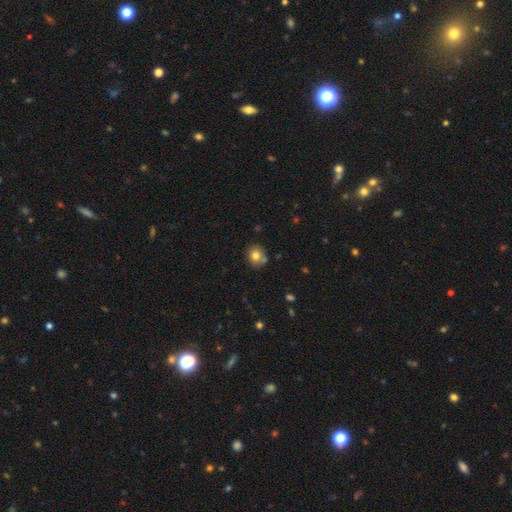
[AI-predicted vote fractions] Smooth or featured: smooth — 76% (star or artifact — 12%)
How rounded: round — 76% (in between — 23%)
Merging: none — 71% (merger — 13%)